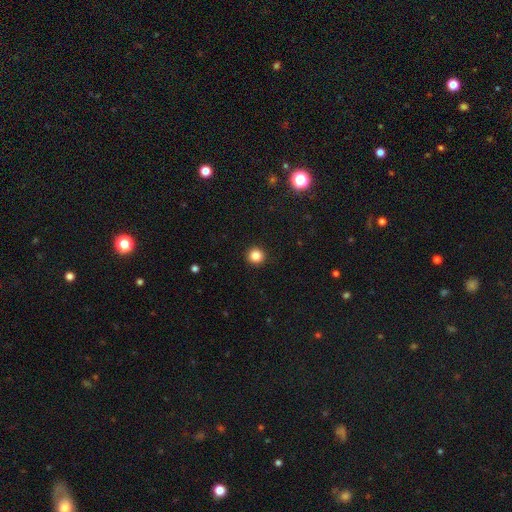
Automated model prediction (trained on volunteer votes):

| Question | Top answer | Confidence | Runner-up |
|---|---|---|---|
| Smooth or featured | smooth | 85% | star or artifact (11%) |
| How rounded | round | 95% | in between (4%) |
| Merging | none | 93% | minor disturbance (4%) |